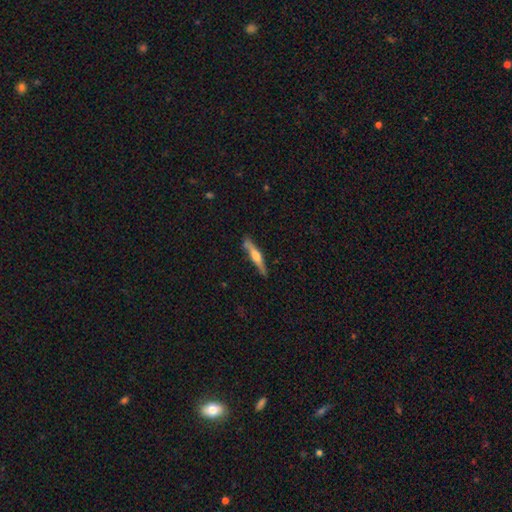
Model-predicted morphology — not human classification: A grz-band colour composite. It shows a featured or disk galaxy (61%) viewed edge-on (96%) with a rounded central bulge (88%). Merging: none (83%).